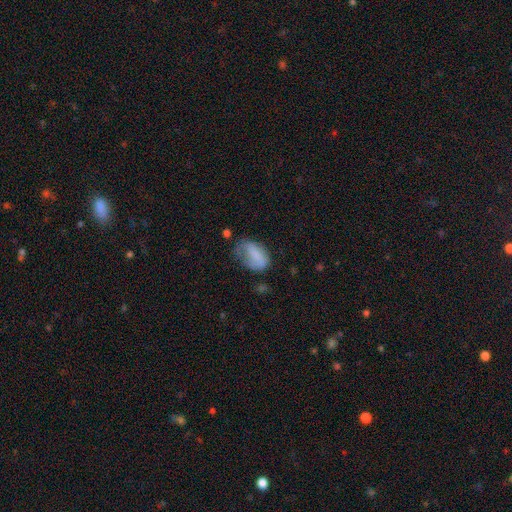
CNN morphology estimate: This is likely a smooth galaxy (74%). How rounded: clearly in between (88%). Merging: marginally none (35%, tied with minor disturbance).